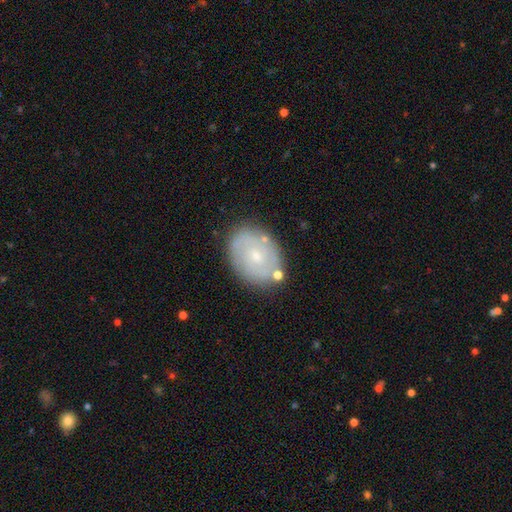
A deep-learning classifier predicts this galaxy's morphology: featured or disk 56%, smooth 36%, star or artifact 8%. Down the decision tree: edge-on disk — no (96%); bar — no (76%); spiral arms — yes (67%); bulge size — small (69%); merging — none (77%).